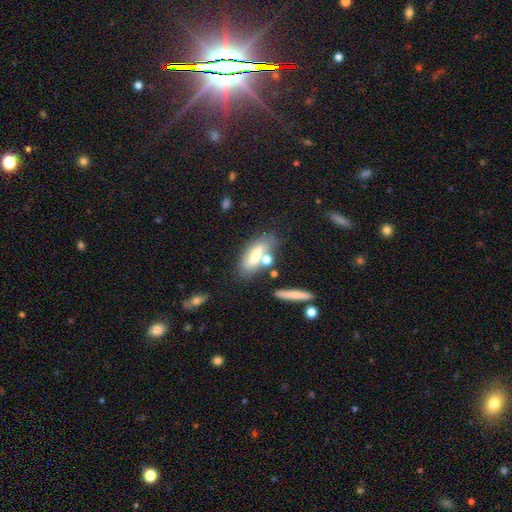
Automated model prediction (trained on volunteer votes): A smooth galaxy with no disk features (60%) that is in between round and cigar-shaped (68%).

Vote fractions:
- Smooth or featured? smooth: 60% / featured or disk: 31% / star or artifact: 9%
- How rounded? in between: 68% / cigar-shaped: 29% / round: 4%
- Merging? none: 58% / merger: 18% / minor disturbance: 17% / major disturbance: 7%